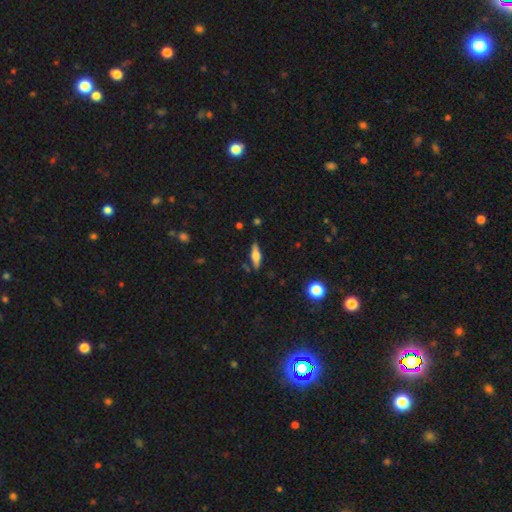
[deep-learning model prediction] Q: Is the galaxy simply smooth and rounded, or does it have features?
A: featured or disk — 52%.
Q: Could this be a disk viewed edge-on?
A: yes — 94%.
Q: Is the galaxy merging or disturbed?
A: none — 85%.